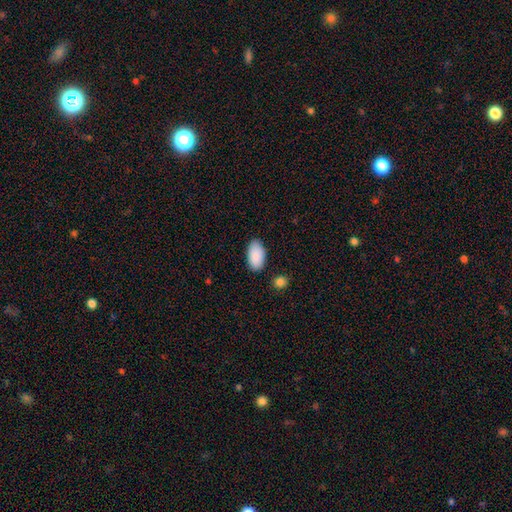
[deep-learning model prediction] Smooth or featured?
  - smooth: 90% *
  - star or artifact: 6%
  - featured or disk: 4%
How rounded?
  - in between: 96% *
  - round: 3%
  - cigar-shaped: 2%
Merging?
  - none: 85% *
  - minor disturbance: 10%
  - major disturbance: 2%
  - merger: 2%